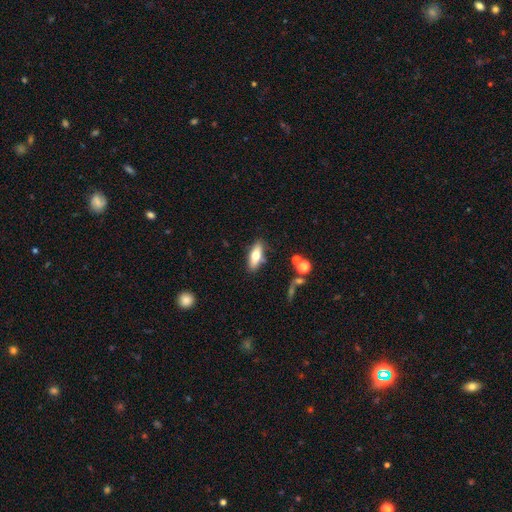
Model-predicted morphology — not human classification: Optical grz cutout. It shows a smooth galaxy with no disk features (66%) that is in between round and cigar-shaped (68%). Merging: none (80%).